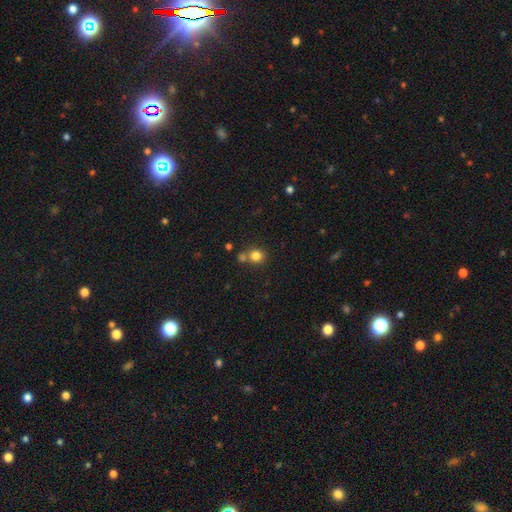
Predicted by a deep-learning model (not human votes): A smooth galaxy with no disk features (81%) that is round (84%).

Vote fractions:
- Smooth or featured? smooth: 81% / star or artifact: 12% / featured or disk: 6%
- How rounded? round: 84% / in between: 15% / cigar-shaped: 1%
- Merging? none: 62% / merger: 25% / minor disturbance: 10% / major disturbance: 3%